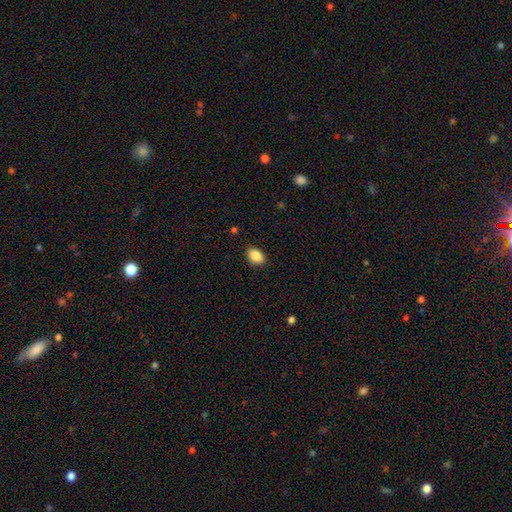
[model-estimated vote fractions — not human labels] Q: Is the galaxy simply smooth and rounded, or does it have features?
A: smooth — 88%.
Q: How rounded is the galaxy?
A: in between — 89%.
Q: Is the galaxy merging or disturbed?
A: none — 87%.